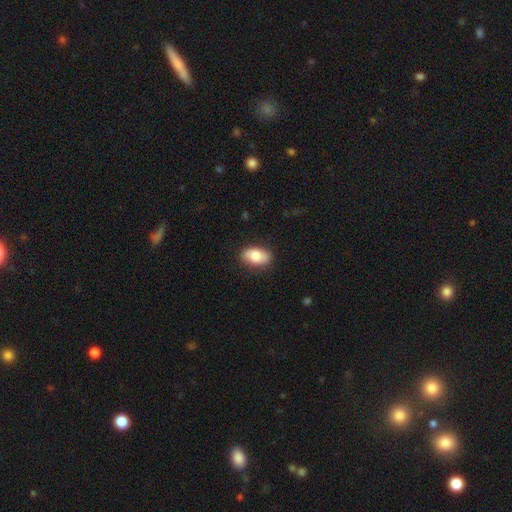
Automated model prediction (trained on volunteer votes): Smooth or featured? Predicted: smooth (p=0.79). How rounded? Predicted: in between (p=0.91). Merging? Predicted: none (p=0.83).